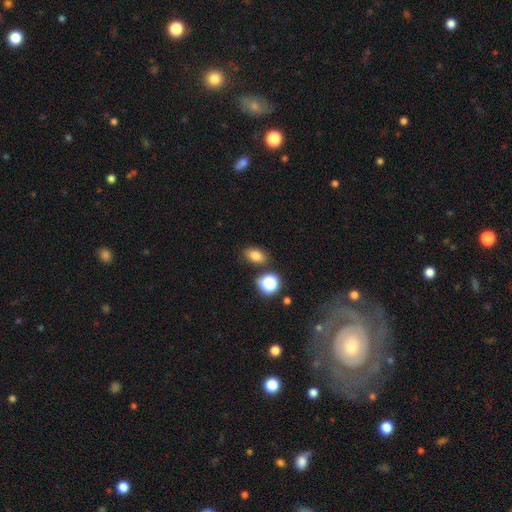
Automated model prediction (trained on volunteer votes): This appears to be a smooth galaxy with no disk features (77%) that is in between round and cigar-shaped (79%). Merging: none (79%).